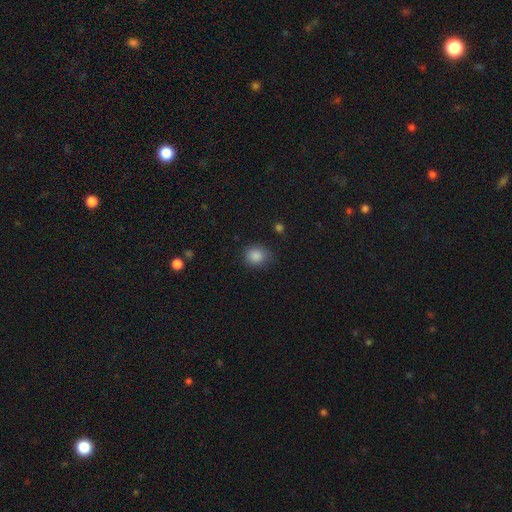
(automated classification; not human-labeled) Smooth or featured: smooth — 86% (star or artifact — 10%)
How rounded: round — 71% (in between — 28%)
Merging: none — 77% (minor disturbance — 17%)